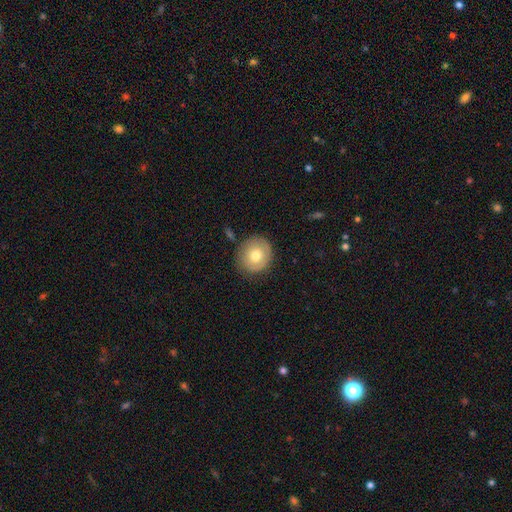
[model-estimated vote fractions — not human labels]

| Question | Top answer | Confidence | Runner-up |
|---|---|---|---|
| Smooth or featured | smooth | 66% | featured or disk (26%) |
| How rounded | round | 86% | in between (13%) |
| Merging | none | 80% | minor disturbance (14%) |